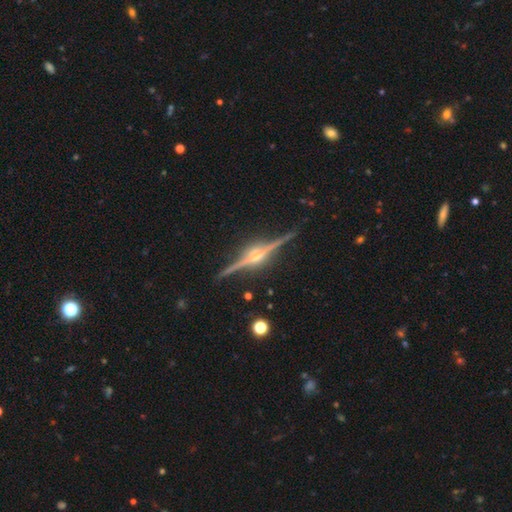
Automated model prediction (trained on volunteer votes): Smooth or featured: featured or disk — 91% (star or artifact — 5%)
Edge-on disk: yes — 98% (no — 2%)
Edge-on bulge: rounded — 92% (boxy — 6%)
Merging: none — 90% (minor disturbance — 7%)